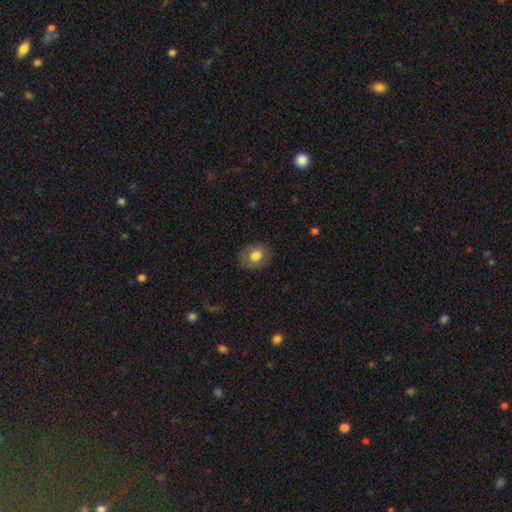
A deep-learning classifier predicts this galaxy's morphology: smooth_or_featured: smooth (p=0.75) [alt: featured or disk p=0.16]
how_rounded: round (p=0.58) [alt: in between p=0.41]
merging: none (p=0.83) [alt: minor disturbance p=0.13]